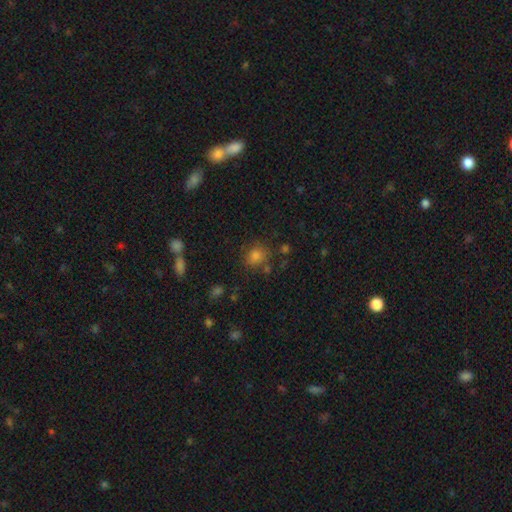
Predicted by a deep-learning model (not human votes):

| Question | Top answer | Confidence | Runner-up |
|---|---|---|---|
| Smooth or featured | smooth | 77% | star or artifact (16%) |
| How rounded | round | 70% | in between (29%) |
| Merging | none | 73% | minor disturbance (14%) |